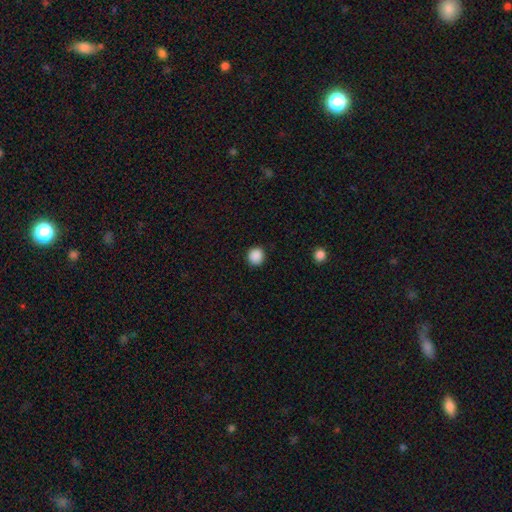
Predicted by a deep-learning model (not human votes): Morphology: type=smooth (88%); roundness=round (93%); merging=none (92%).